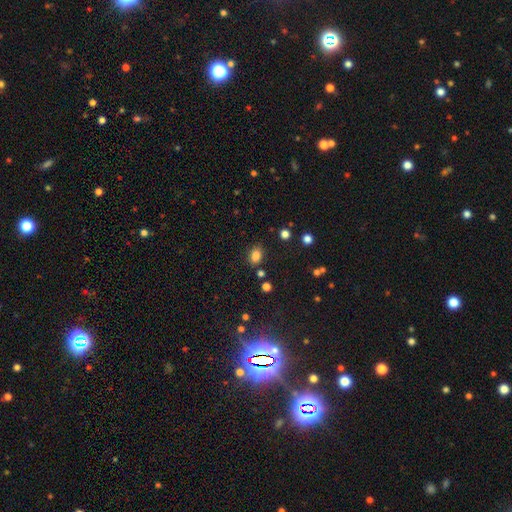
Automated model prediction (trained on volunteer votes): smooth_or_featured: smooth (p=0.83) [alt: star or artifact p=0.11]
how_rounded: in between (p=0.74) [alt: round p=0.25]
merging: none (p=0.81) [alt: minor disturbance p=0.12]